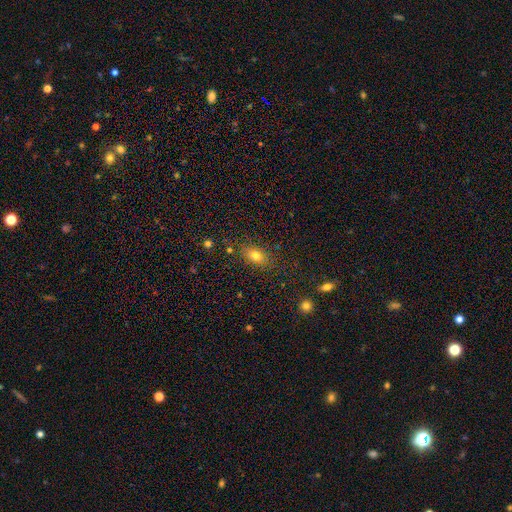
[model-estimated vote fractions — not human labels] smooth 77%, star or artifact 13%, featured or disk 10%. Down the decision tree: how rounded — in between (78%); merging — none (81%).